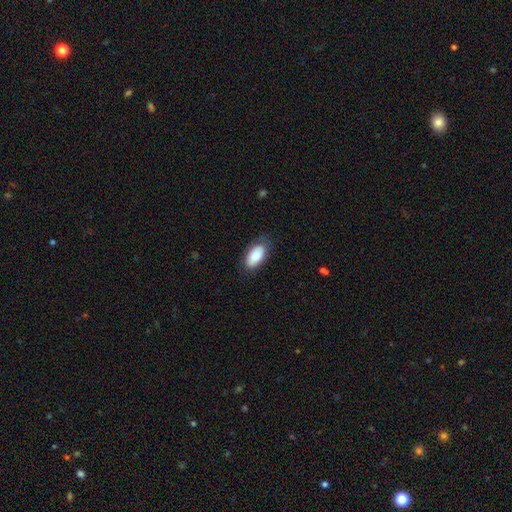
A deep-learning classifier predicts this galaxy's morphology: The model was most divided on "merging": none: 76%, minor disturbance: 18%, major disturbance: 4%, merger: 1%. More confident: how rounded — in between (93%); smooth or featured — smooth (83%).